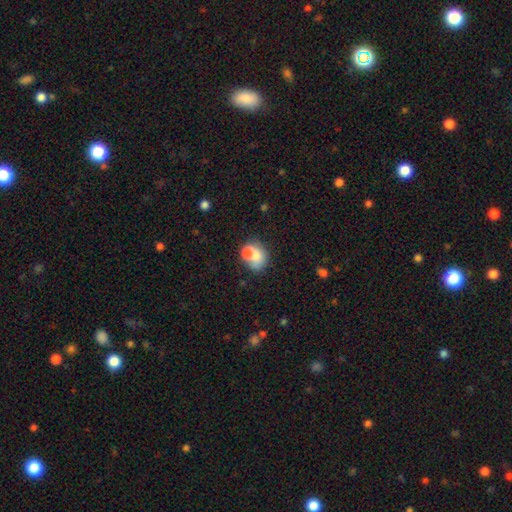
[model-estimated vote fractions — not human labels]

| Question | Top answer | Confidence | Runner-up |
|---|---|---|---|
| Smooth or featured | smooth | 68% | featured or disk (23%) |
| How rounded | round | 53% | in between (46%) |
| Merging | merger | 58% | none (26%) |